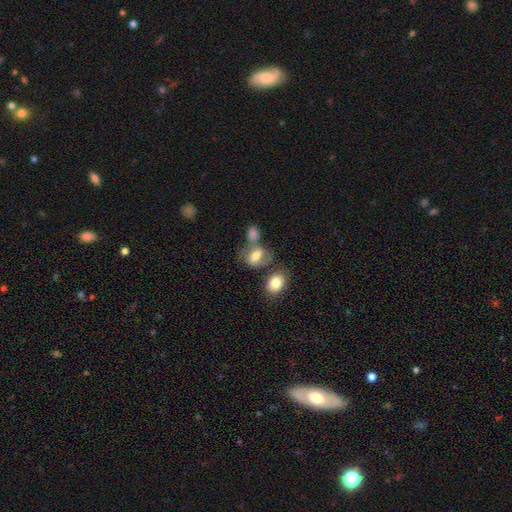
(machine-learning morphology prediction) A smooth galaxy with no disk features (60%) that is in between round and cigar-shaped (79%).

Vote fractions:
- Smooth or featured? smooth: 60% / featured or disk: 30% / star or artifact: 10%
- How rounded? in between: 79% / round: 18% / cigar-shaped: 3%
- Merging? none: 39% / merger: 32% / minor disturbance: 17% / major disturbance: 11%